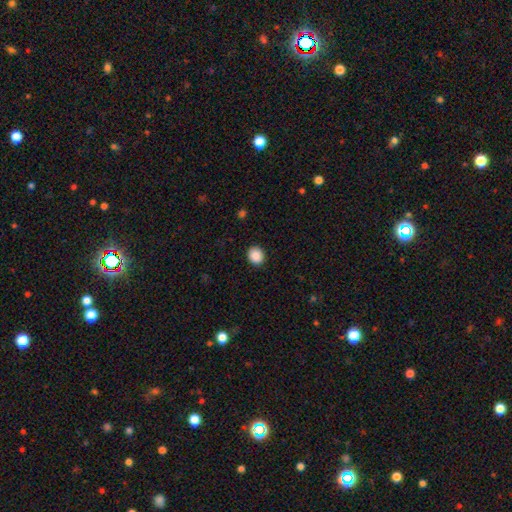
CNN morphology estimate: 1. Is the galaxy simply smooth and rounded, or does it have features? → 89% smooth, 8% star or artifact, 3% featured or disk.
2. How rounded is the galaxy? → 73% round, 26% in between, 1% cigar-shaped.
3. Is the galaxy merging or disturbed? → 91% none, 6% minor disturbance, 2% major disturbance, 1% merger.